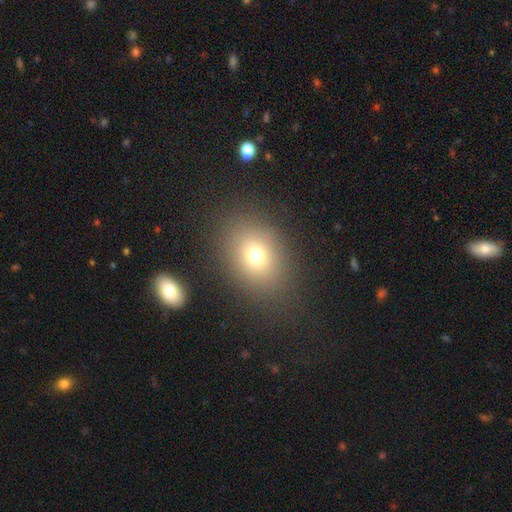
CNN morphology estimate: smooth-or-featured: smooth: 73% | star or artifact: 16% | featured or disk: 12%
  how-rounded: in between: 57% | round: 42% | cigar-shaped: 1%
  merging: none: 82% | minor disturbance: 9% | major disturbance: 5% | merger: 4%